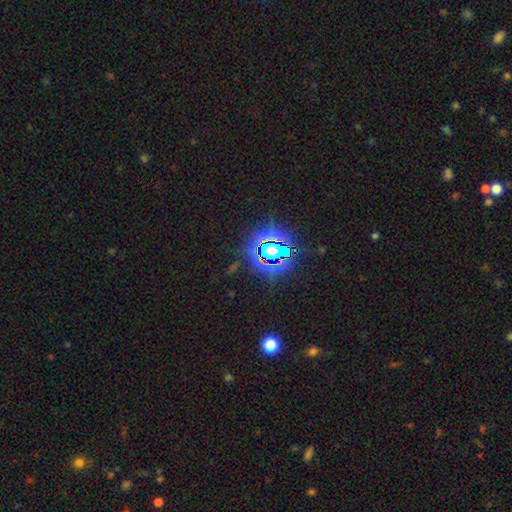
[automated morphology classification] smooth_or_featured: star or artifact (p=0.78) [alt: smooth p=0.14]